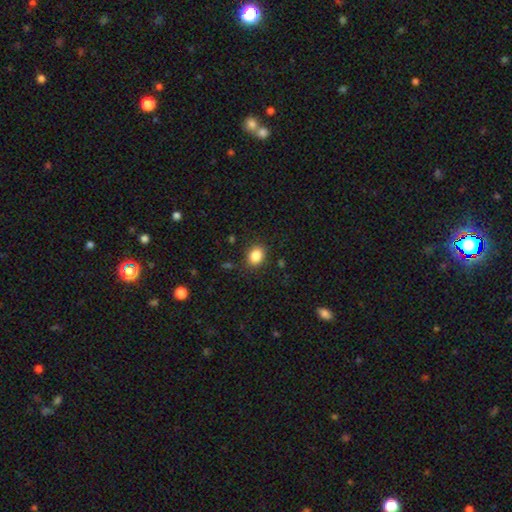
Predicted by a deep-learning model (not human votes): Smooth or featured: smooth — 86% (star or artifact — 9%)
How rounded: in between — 53% (round — 46%)
Merging: none — 86% (minor disturbance — 10%)